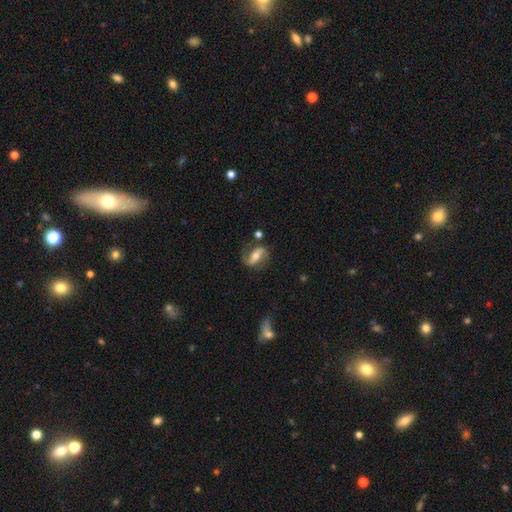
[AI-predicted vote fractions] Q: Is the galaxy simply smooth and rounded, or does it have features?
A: featured or disk — 66%.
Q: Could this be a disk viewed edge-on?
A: no — 91%.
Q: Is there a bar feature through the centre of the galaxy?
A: strong — 47%.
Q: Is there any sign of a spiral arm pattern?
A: yes — 83%.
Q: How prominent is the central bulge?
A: moderate — 63%.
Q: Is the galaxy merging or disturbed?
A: none — 69%.